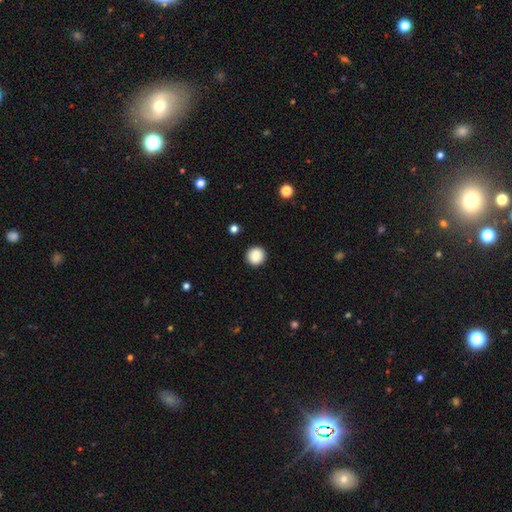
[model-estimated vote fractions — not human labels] smooth-or-featured: smooth: 87% | star or artifact: 9% | featured or disk: 4%
  how-rounded: round: 94% | in between: 5% | cigar-shaped: 1%
  merging: none: 92% | minor disturbance: 5% | major disturbance: 2% | merger: 1%